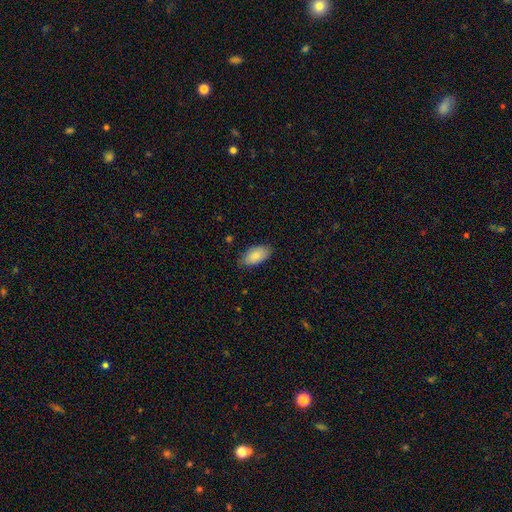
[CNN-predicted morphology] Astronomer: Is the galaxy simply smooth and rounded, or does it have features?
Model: smooth — 82%.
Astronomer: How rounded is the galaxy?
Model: in between — 94%.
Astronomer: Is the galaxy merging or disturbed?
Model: none — 80%.